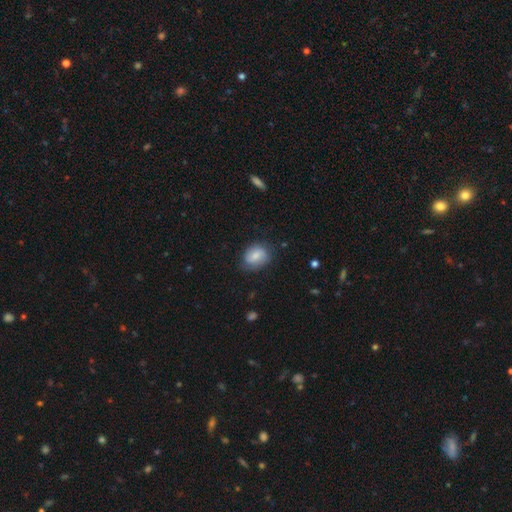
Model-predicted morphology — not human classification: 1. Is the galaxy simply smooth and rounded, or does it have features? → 72% smooth, 21% featured or disk, 7% star or artifact.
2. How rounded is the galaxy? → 59% in between, 39% round, 1% cigar-shaped.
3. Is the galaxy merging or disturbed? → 67% none, 25% minor disturbance, 7% major disturbance, 1% merger.